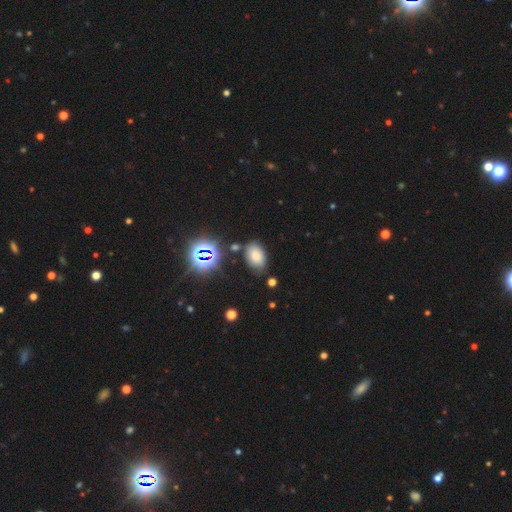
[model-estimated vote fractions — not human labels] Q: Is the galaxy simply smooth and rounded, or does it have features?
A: smooth — 71%.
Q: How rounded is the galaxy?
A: in between — 89%.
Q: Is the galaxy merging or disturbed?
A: none — 75%.